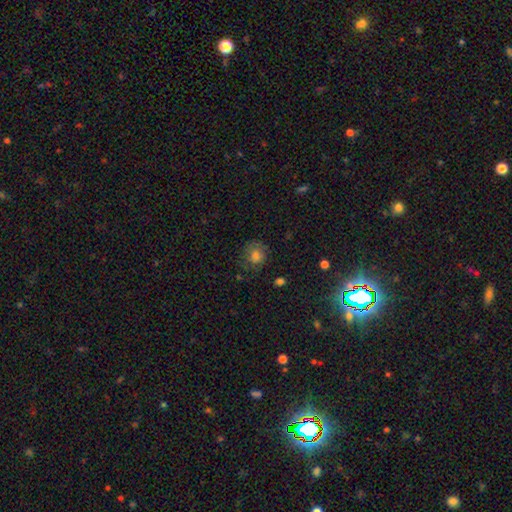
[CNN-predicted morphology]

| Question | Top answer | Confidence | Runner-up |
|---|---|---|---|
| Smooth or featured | smooth | 70% | featured or disk (17%) |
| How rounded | round | 77% | in between (22%) |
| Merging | none | 64% | minor disturbance (22%) |